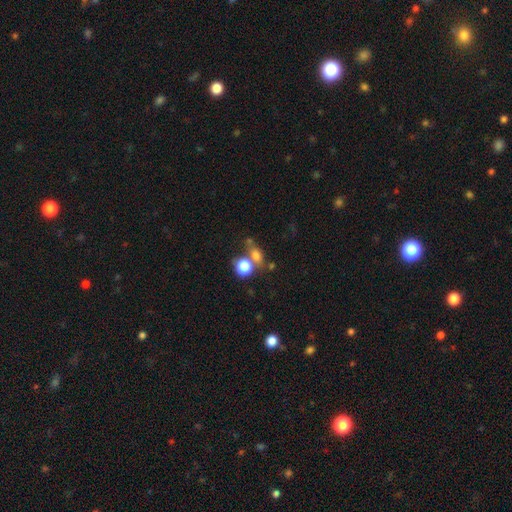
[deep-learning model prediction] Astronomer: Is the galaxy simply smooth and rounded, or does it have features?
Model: smooth — 72%.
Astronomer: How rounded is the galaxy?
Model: round — 50% (runner-up: in between, 45%).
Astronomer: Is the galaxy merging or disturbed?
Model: none — 49% (runner-up: merger, 32%).